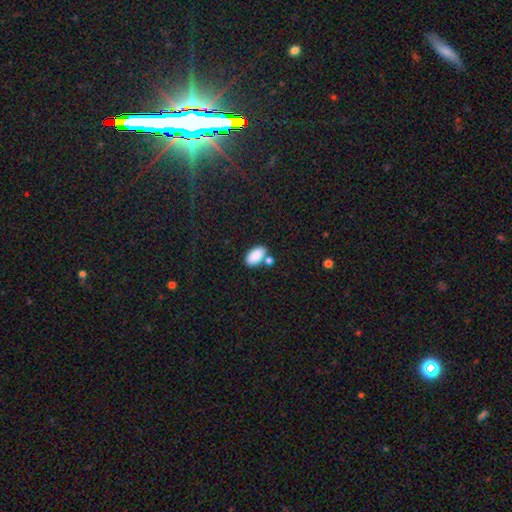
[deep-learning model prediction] Smooth or featured?
  - smooth: 88% *
  - star or artifact: 7%
  - featured or disk: 5%
How rounded?
  - in between: 94% *
  - round: 4%
  - cigar-shaped: 2%
Merging?
  - none: 65% *
  - merger: 18%
  - minor disturbance: 13%
  - major disturbance: 4%